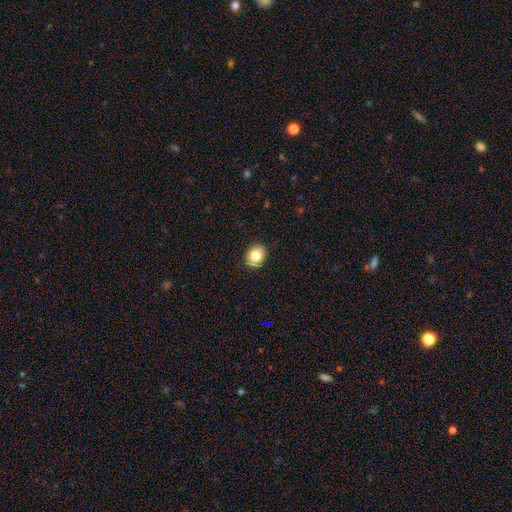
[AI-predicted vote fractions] Q: Smooth or featured?
A: smooth (82%); runner-up: star or artifact (9%)
Q: How rounded?
A: round (52%); runner-up: in between (48%)
Q: Merging?
A: none (89%); runner-up: minor disturbance (8%)